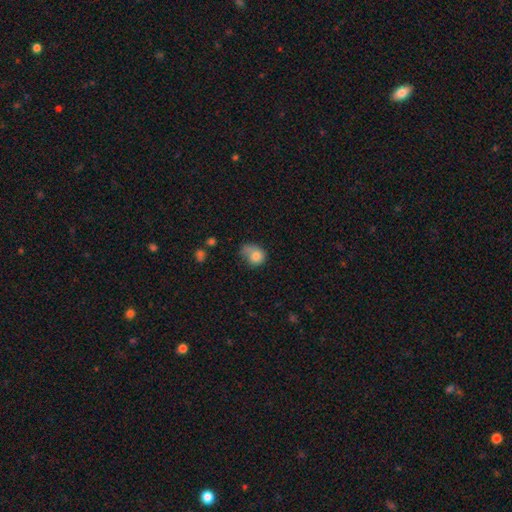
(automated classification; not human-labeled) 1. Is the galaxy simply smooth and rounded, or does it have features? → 77% smooth, 14% featured or disk, 9% star or artifact.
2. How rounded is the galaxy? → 59% round, 40% in between, 1% cigar-shaped.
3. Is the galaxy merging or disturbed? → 32% none, 30% minor disturbance, 27% major disturbance, 11% merger.